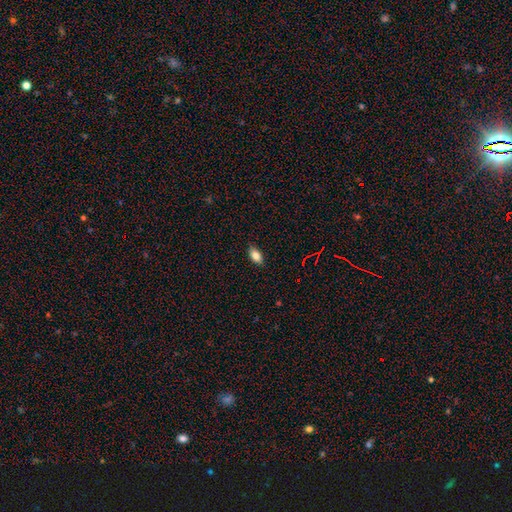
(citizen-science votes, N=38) A smooth galaxy with no disk features (89%) that is in between round and cigar-shaped (94%).

Vote fractions:
- Smooth or featured? smooth: 89% / featured or disk: 5% / star or artifact: 5%
- How rounded? in between: 94% / cigar-shaped: 6% / round: 0%
- Merging? none: 81% / minor disturbance: 17% / major disturbance: 3% / merger: 0%